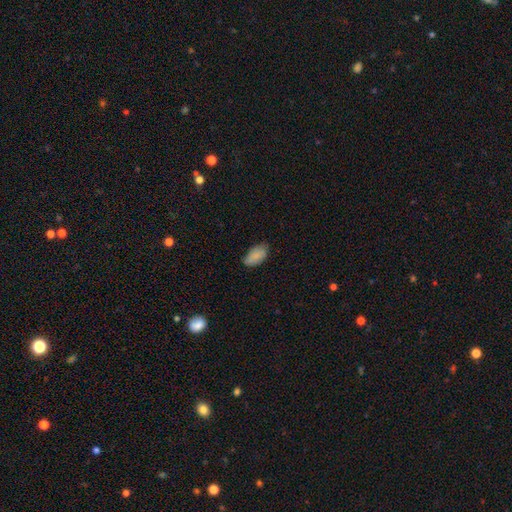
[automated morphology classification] smooth 87%, star or artifact 7%, featured or disk 6%. Down the decision tree: how rounded — in between (95%); merging — none (72%).